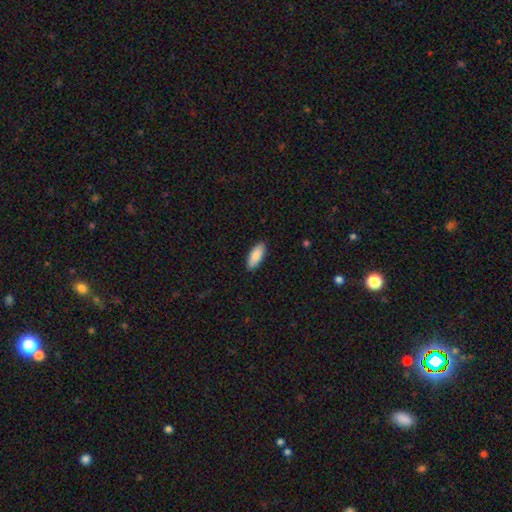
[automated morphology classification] type=smooth (87%); roundness=in between (79%); merging=none (90%).